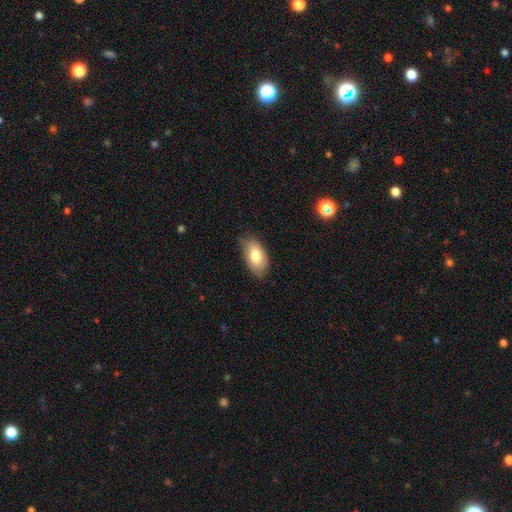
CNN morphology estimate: Q: Smooth or featured?
A: smooth (78%); runner-up: featured or disk (15%)
Q: How rounded?
A: in between (93%); runner-up: round (4%)
Q: Merging?
A: none (74%); runner-up: minor disturbance (22%)